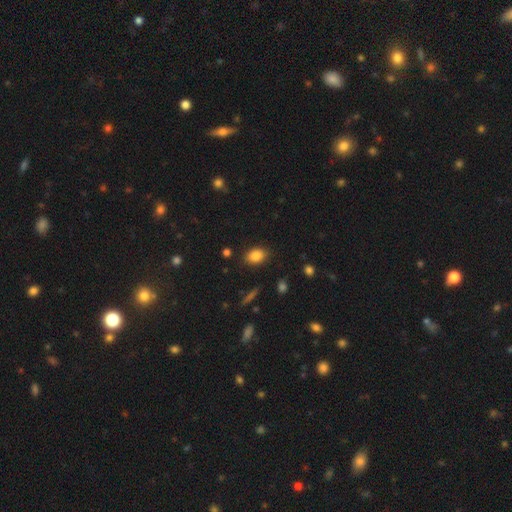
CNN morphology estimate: Smooth or featured? smooth (85%)
How rounded? in between (78%)
Merging? none (85%)